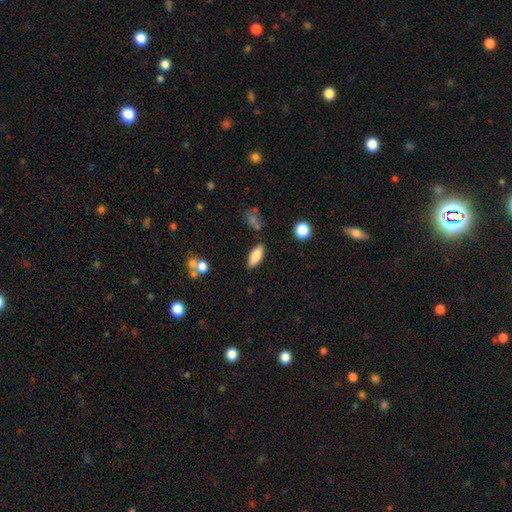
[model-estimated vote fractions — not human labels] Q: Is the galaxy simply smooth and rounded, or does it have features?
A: smooth — 82%.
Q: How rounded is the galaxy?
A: in between — 79%.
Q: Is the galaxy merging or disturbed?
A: none — 82%.